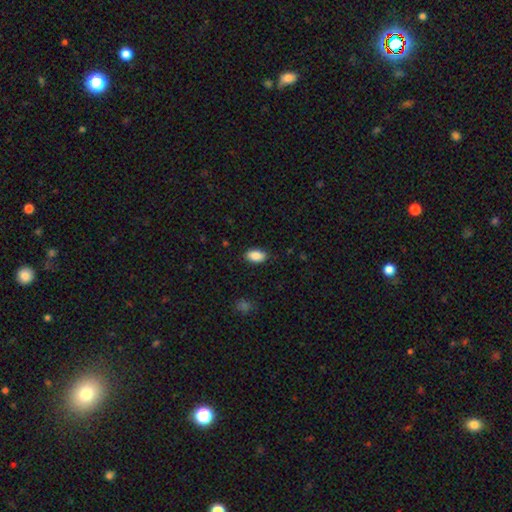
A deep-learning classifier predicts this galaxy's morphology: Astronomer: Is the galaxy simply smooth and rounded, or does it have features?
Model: smooth — 89%.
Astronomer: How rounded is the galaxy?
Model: in between — 93%.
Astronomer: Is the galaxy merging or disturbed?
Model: none — 87%.